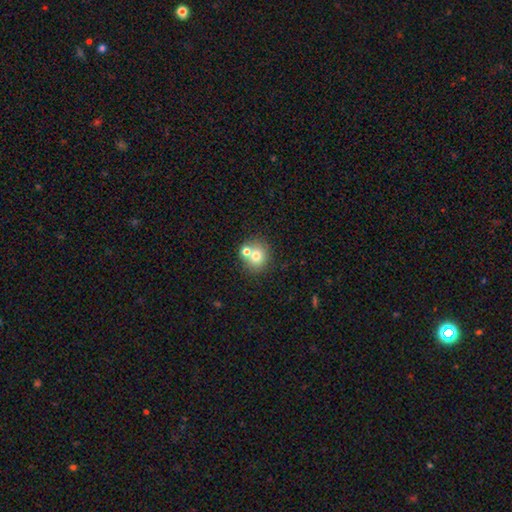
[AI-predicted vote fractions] This appears to be a smooth galaxy with no disk features (72%) that is round (79%). Merging: none (54%).